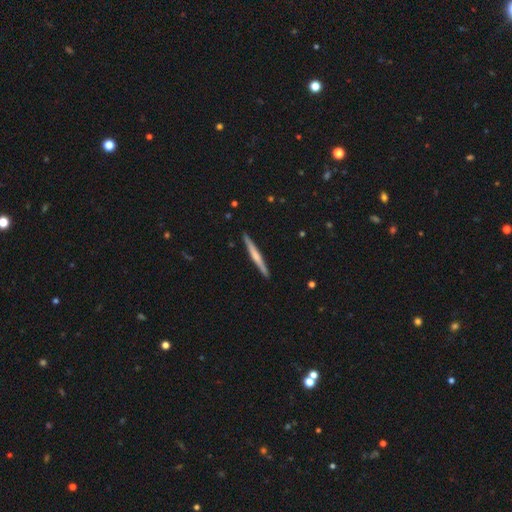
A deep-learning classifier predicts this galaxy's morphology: Smooth or featured: featured or disk — 52% (smooth — 43%)
Edge-on disk: yes — 98% (no — 2%)
Edge-on bulge: none — 46% (rounded — 45%)
Merging: none — 92% (minor disturbance — 6%)